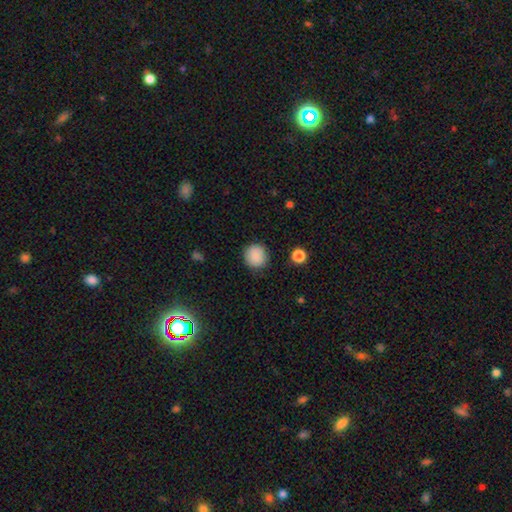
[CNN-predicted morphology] Smooth or featured? Predicted: smooth (p=0.87). How rounded? Predicted: round (p=0.92). Merging? Predicted: none (p=0.88).